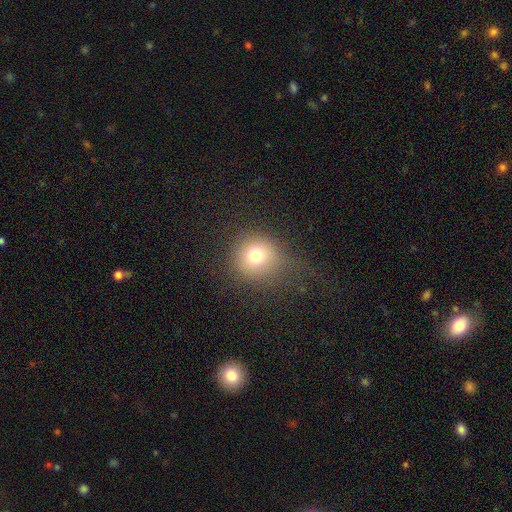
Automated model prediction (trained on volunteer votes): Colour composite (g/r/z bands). It shows a smooth galaxy with no disk features (74%) that is round (90%). Merging: none (71%).